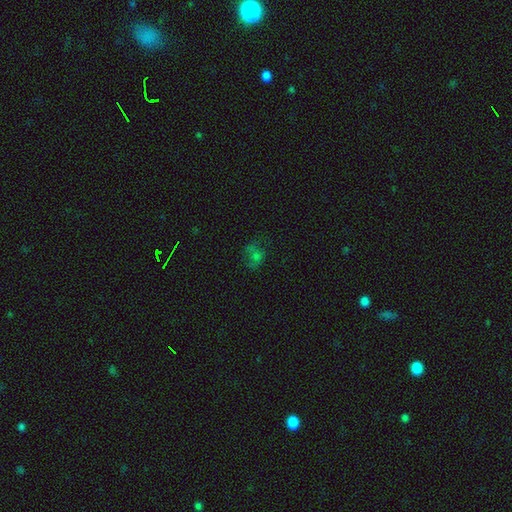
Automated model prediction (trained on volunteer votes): The model was most divided on "smooth or featured": smooth: 39%, star or artifact: 38%, featured or disk: 23%. More confident: merging — none (57%).